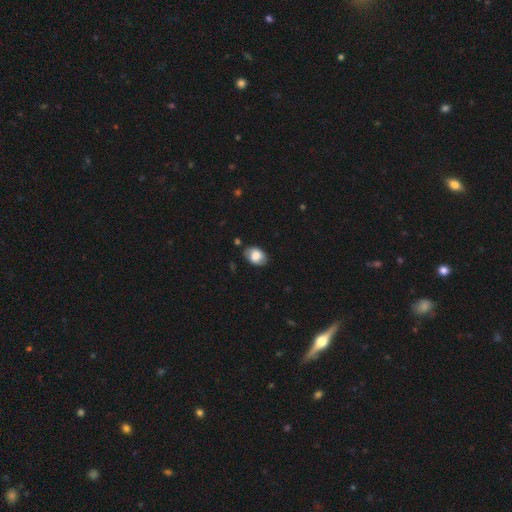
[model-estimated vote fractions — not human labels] A smooth galaxy with no disk features (74%) that is in between round and cigar-shaped (85%). Merging: none (77%).